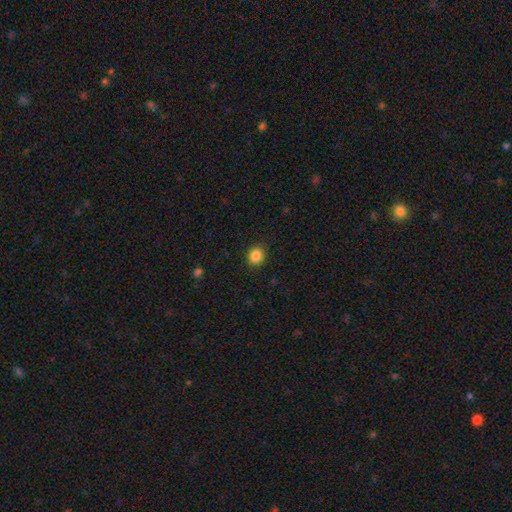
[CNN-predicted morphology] smooth_or_featured: smooth (p=0.86) [alt: star or artifact p=0.10]
how_rounded: round (p=0.79) [alt: in between p=0.20]
merging: none (p=0.89) [alt: minor disturbance p=0.08]